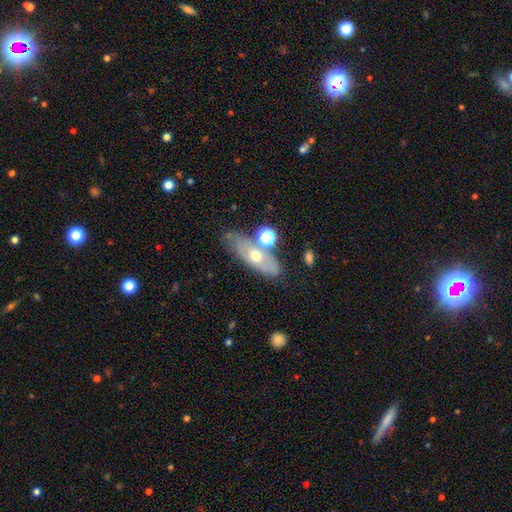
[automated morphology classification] Smooth or featured? Predicted: featured or disk (p=0.48). Merging? Predicted: none (p=0.60).